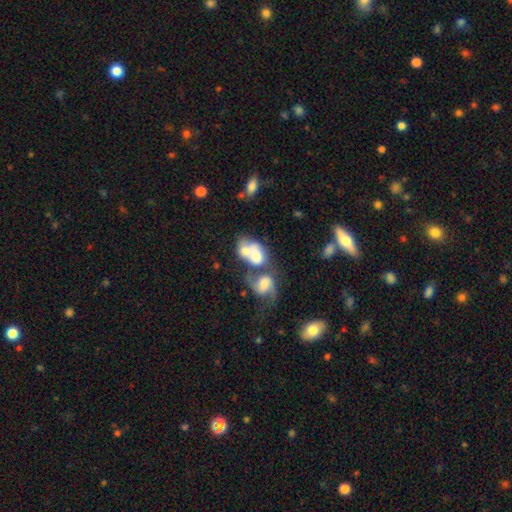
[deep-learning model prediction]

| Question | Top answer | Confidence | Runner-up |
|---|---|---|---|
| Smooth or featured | smooth | 49% | featured or disk (43%) |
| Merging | merger | 74% | none (10%) |